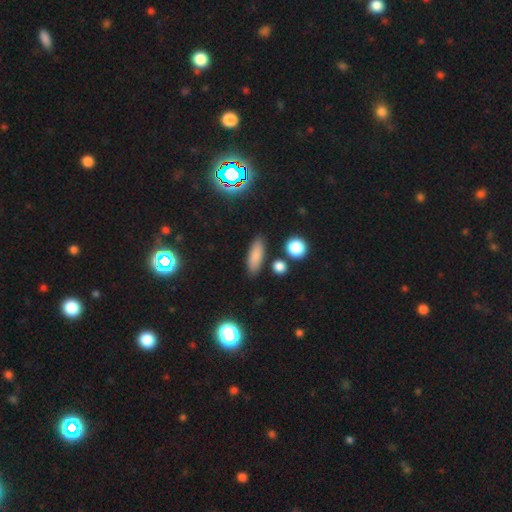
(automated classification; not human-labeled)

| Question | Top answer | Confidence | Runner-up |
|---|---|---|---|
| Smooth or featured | smooth | 80% | star or artifact (10%) |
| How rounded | in between | 55% | cigar-shaped (40%) |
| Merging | none | 85% | minor disturbance (9%) |